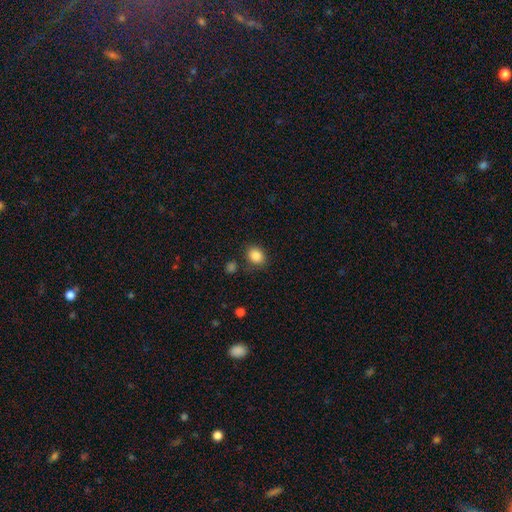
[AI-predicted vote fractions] Q: Smooth or featured?
A: smooth (86%); runner-up: star or artifact (10%)
Q: How rounded?
A: round (54%); runner-up: in between (45%)
Q: Merging?
A: none (80%); runner-up: minor disturbance (12%)